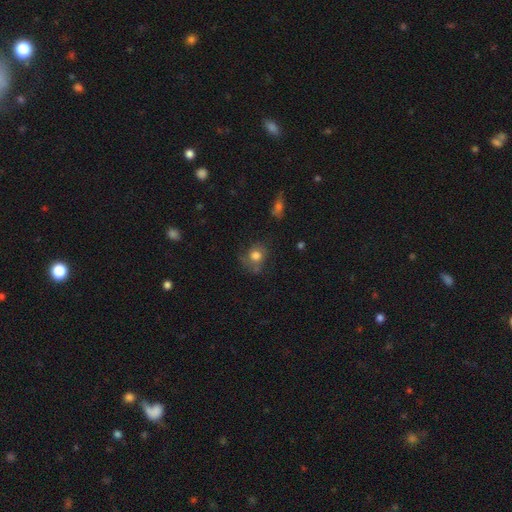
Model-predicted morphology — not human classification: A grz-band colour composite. It shows a smooth galaxy with no disk features (70%) that is round (69%). Merging: none (53%).